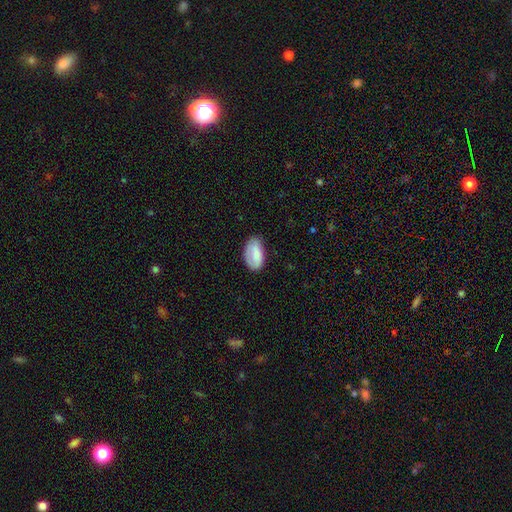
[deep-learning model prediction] This appears to be a smooth galaxy with no disk features (78%) that is in between round and cigar-shaped (94%). Merging: none (71%).